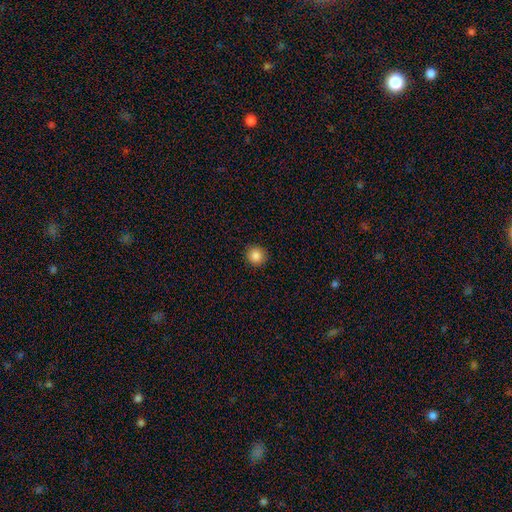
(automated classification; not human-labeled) A smooth galaxy with no disk features (86%) that is round (93%). Merging: none (92%).